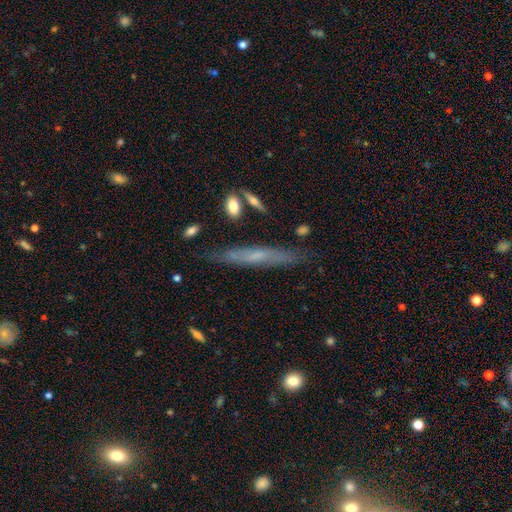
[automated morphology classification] Overall: featured or disk (52%; smooth 40%). Edge-on disk: yes (86%). Merging: none (81%).